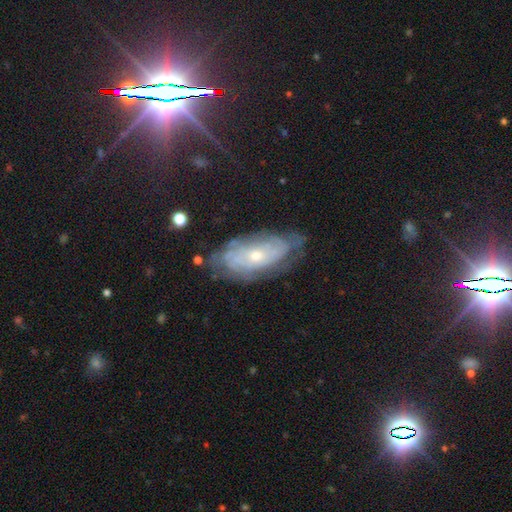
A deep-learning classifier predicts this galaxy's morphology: This appears to be a featured or disk galaxy (73%) with no bar (80%), tight (70%) spiral arms (79%) and a small central bulge (62%). Merging: none (65%).